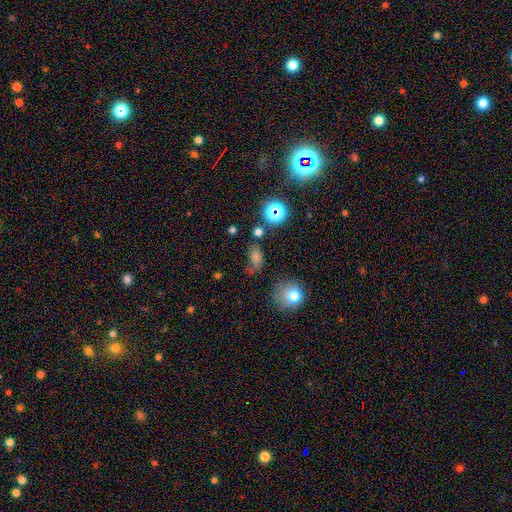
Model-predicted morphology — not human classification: type=smooth (64%); roundness=in between (78%); merging=none (54%).